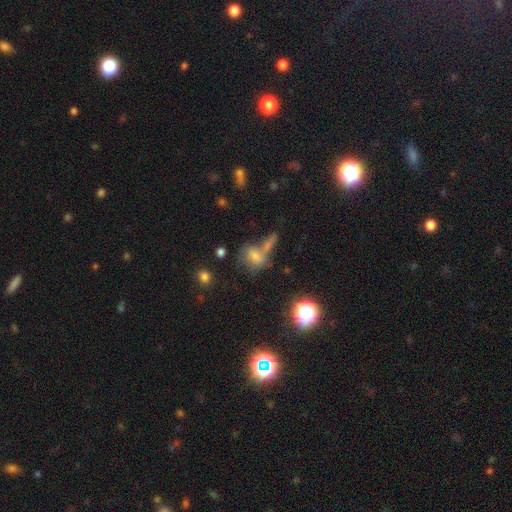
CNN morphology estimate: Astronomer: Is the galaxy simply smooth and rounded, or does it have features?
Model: smooth — 47% (runner-up: star or artifact, 34%).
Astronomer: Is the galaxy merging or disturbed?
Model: none — 45% (runner-up: merger, 33%).